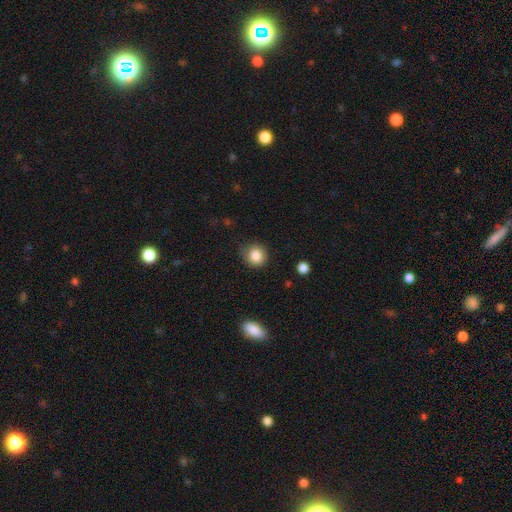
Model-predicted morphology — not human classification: This appears to be a smooth galaxy with no disk features (85%) that is round (84%). Merging: none (74%).